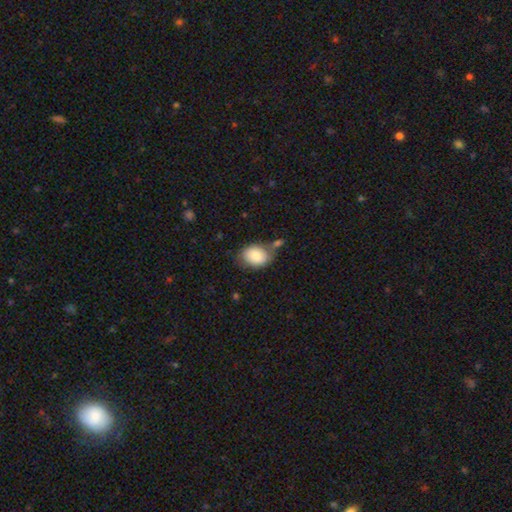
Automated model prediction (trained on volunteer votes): Overall: smooth (81%). How rounded: in between (65%; round 34%). Merging: none (57%; minor disturbance 22%).